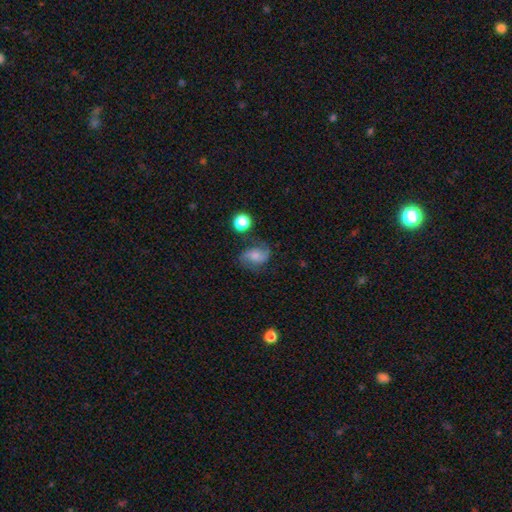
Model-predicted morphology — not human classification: Smooth or featured? featured or disk (54%)
Edge-on disk? no (97%)
Bar? no (59%)
Spiral arms? yes (90%)
Bulge size? small (36%)
Merging? none (65%)